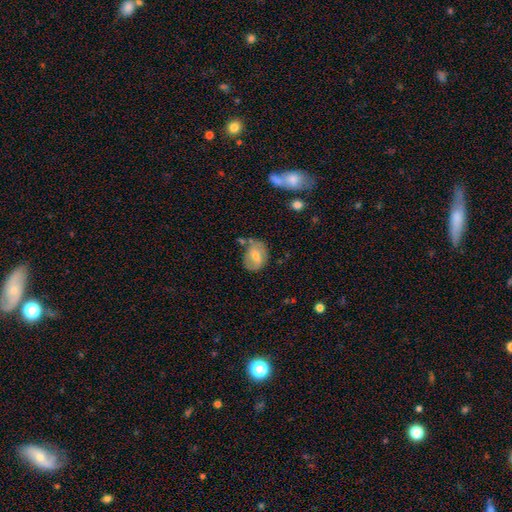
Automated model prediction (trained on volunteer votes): This is possibly a smooth galaxy (57%). How rounded: likely in between (71%). Merging: possibly none (54%).